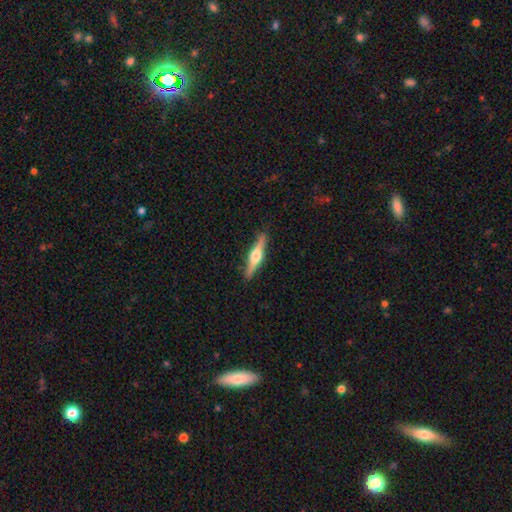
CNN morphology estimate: Smooth or featured? featured or disk (71%)
Edge-on disk? yes (98%)
Edge-on bulge? rounded (95%)
Merging? none (90%)